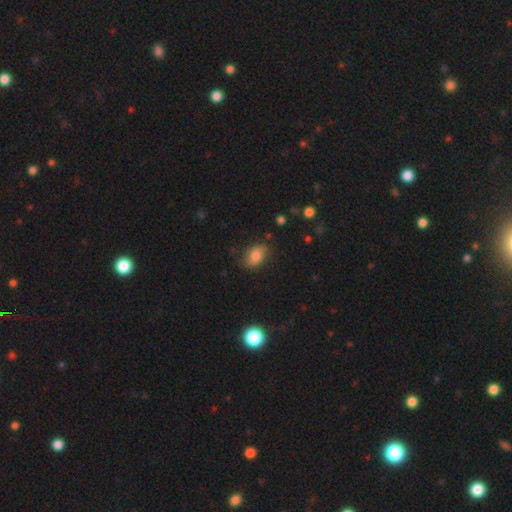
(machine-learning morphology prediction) Smooth or featured? Predicted: smooth (p=0.68). How rounded? Predicted: in between (p=0.77). Merging? Predicted: none (p=0.67).